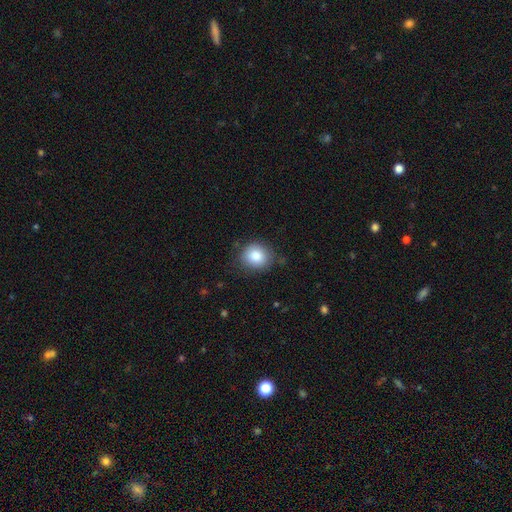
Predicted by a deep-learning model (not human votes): Q: Smooth or featured?
A: smooth (84%); runner-up: star or artifact (9%)
Q: How rounded?
A: round (79%); runner-up: in between (20%)
Q: Merging?
A: none (82%); runner-up: minor disturbance (14%)